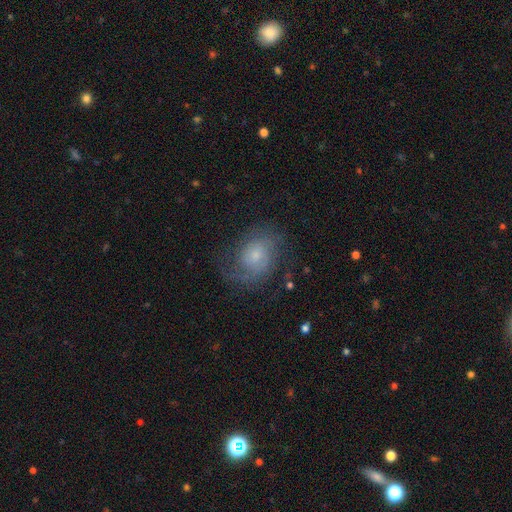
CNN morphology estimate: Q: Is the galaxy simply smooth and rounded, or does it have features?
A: featured or disk — 70%.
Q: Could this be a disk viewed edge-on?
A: no — 97%.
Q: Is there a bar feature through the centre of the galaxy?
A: no — 70%.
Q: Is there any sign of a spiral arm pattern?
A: yes — 91%.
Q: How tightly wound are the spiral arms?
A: medium — 44%.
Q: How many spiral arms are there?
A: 2 — 64%.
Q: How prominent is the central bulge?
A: small — 50%.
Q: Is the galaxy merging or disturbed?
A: none — 66%.